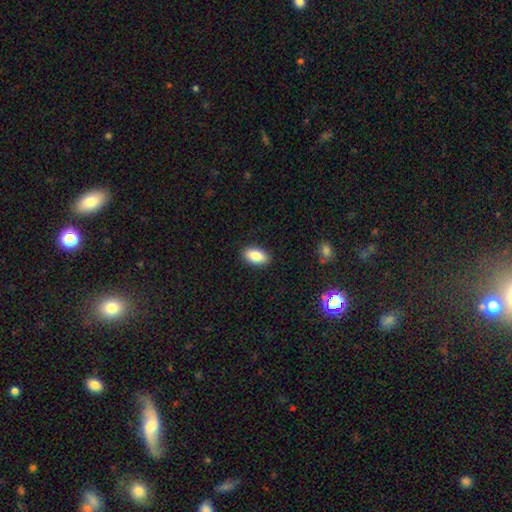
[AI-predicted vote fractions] smooth_or_featured: smooth (p=0.84) [alt: featured or disk p=0.09]
how_rounded: in between (p=0.92) [alt: round p=0.04]
merging: none (p=0.90) [alt: minor disturbance p=0.08]